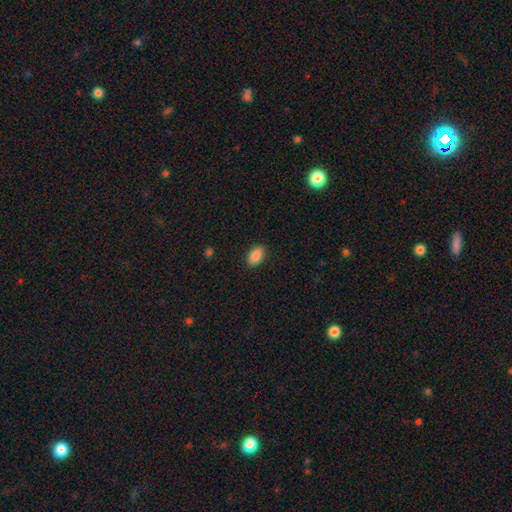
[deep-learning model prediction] A smooth galaxy with no disk features (89%) that is in between round and cigar-shaped (92%).

Vote fractions:
- Smooth or featured? smooth: 89% / star or artifact: 7% / featured or disk: 4%
- How rounded? in between: 92% / round: 6% / cigar-shaped: 2%
- Merging? none: 88% / minor disturbance: 9% / major disturbance: 2% / merger: 1%